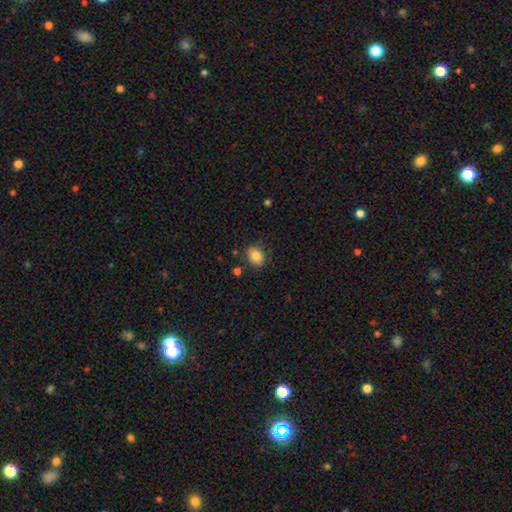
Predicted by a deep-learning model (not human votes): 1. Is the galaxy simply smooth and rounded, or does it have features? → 83% smooth, 9% star or artifact, 8% featured or disk.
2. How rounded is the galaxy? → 53% in between, 46% round, 1% cigar-shaped.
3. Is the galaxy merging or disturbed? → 82% none, 12% minor disturbance, 3% major disturbance, 3% merger.